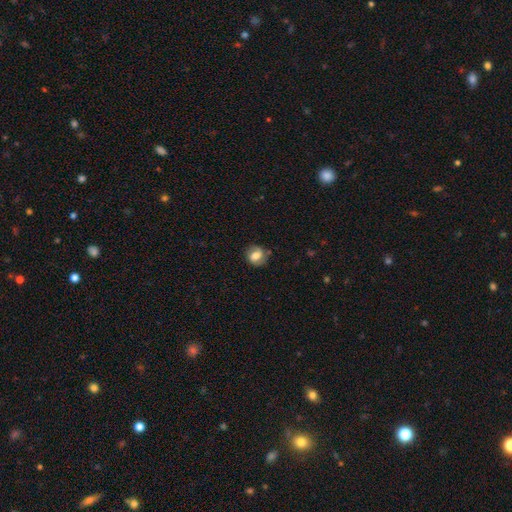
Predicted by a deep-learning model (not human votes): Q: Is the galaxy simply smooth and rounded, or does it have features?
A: smooth — 52%.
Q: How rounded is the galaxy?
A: round — 71%.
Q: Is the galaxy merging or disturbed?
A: none — 75%.